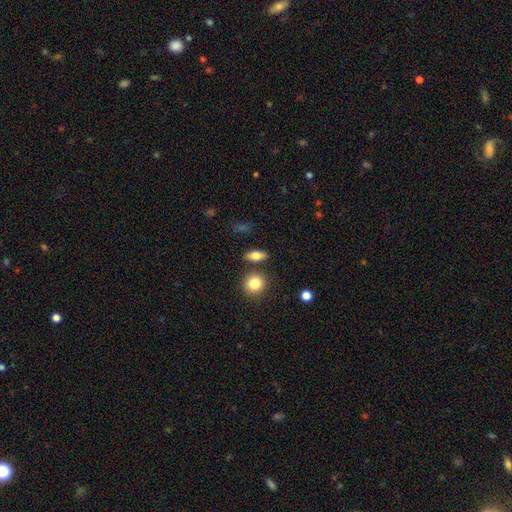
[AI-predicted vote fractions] Morphology: type=smooth (71%); roundness=in between (64%); merging=none (82%).